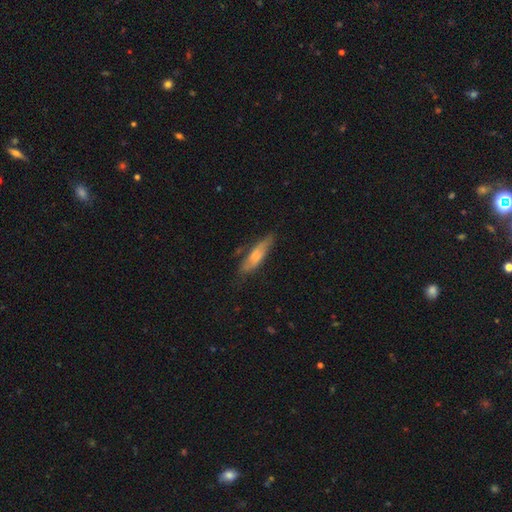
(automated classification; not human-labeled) Q: Smooth or featured?
A: smooth (64%); runner-up: featured or disk (30%)
Q: How rounded?
A: cigar-shaped (67%); runner-up: in between (31%)
Q: Merging?
A: none (67%); runner-up: minor disturbance (24%)